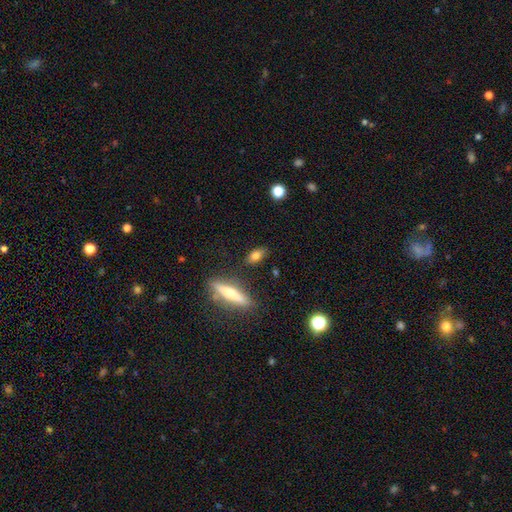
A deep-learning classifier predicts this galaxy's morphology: This appears to be a smooth galaxy with no disk features (74%) that is in between round and cigar-shaped (71%). Merging: none (81%).